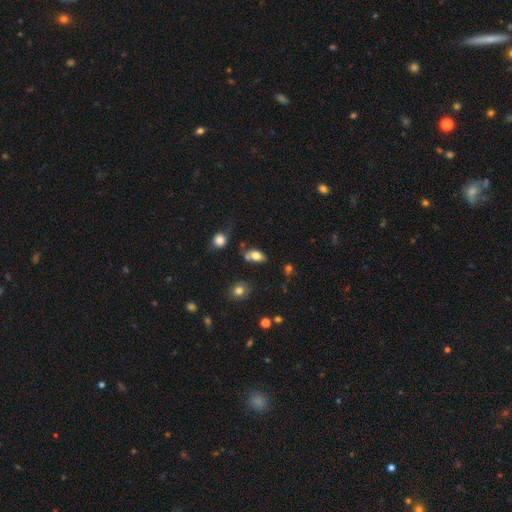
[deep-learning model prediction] A smooth galaxy with no disk features (76%) that is in between round and cigar-shaped (86%). Merging: none (58%).